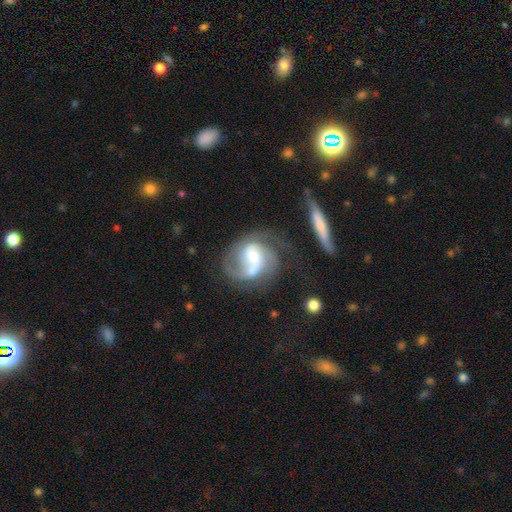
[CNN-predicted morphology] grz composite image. It shows a featured or disk galaxy (81%) with no bar (50%), 2 (55%) medium (45%) spiral arms (92%) and a moderate central bulge (48%). Merging: none (46%).